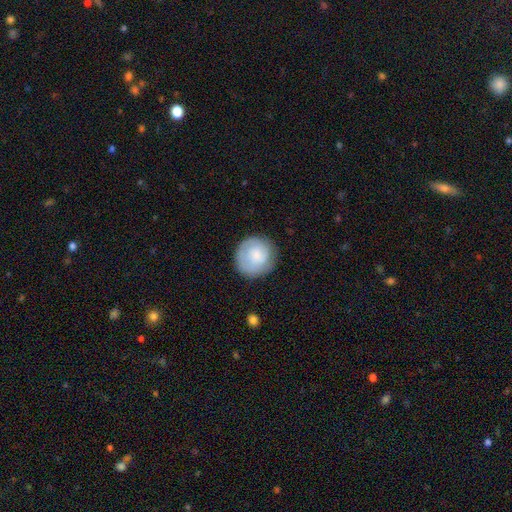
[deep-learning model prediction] Smooth or featured? Predicted: smooth (p=0.68). How rounded? Predicted: round (p=0.91). Merging? Predicted: none (p=0.79).